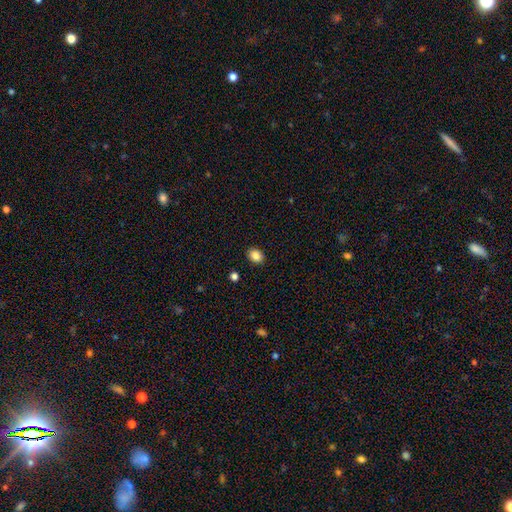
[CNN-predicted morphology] smooth-or-featured: smooth: 86% | star or artifact: 9% | featured or disk: 4%
  how-rounded: in between: 60% | round: 39% | cigar-shaped: 1%
  merging: none: 90% | minor disturbance: 7% | major disturbance: 2% | merger: 1%